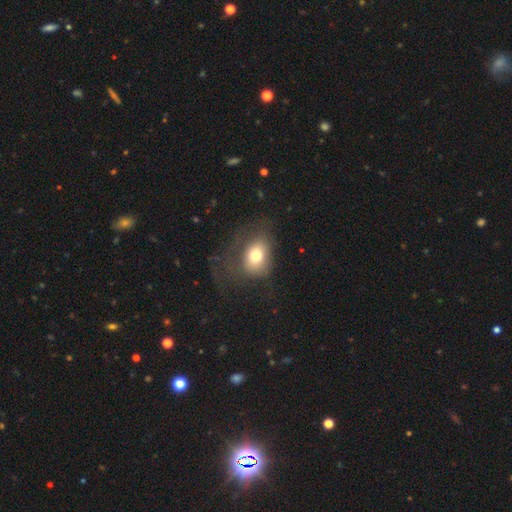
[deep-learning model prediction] Smooth or featured?
  - smooth: 71% *
  - featured or disk: 18%
  - star or artifact: 11%
How rounded?
  - in between: 63% *
  - round: 36%
  - cigar-shaped: 1%
Merging?
  - none: 44% *
  - major disturbance: 31%
  - minor disturbance: 23%
  - merger: 2%